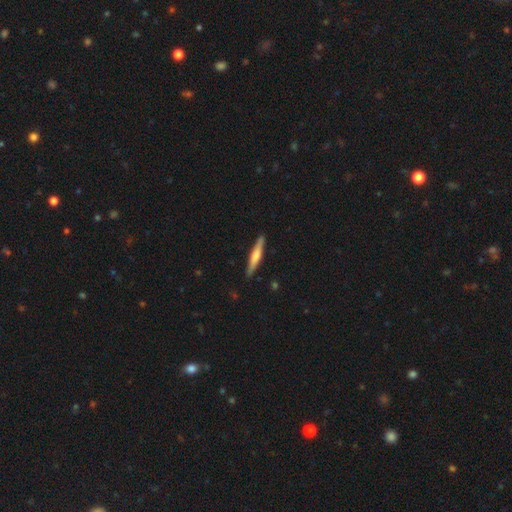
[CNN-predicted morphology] This appears to be a smooth galaxy with no disk features (49%). Merging: none (89%).